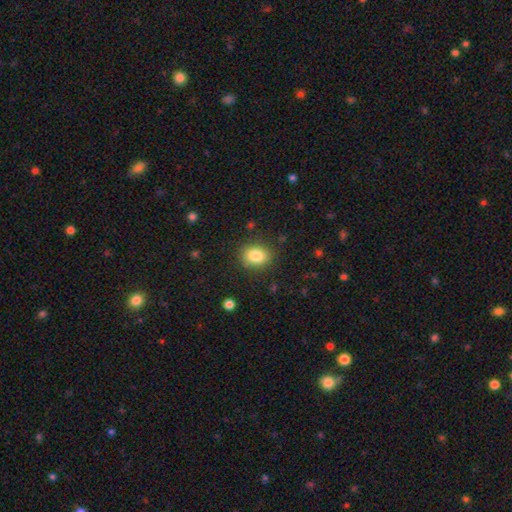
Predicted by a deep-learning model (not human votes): Morphology: type=smooth (84%); roundness=in between (62%); merging=none (84%).